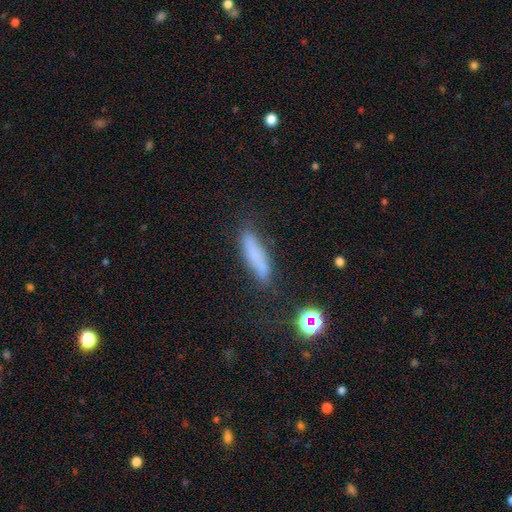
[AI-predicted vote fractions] A smooth galaxy with no disk features (70%) that is cigar-shaped (74%). Merging: none (72%).